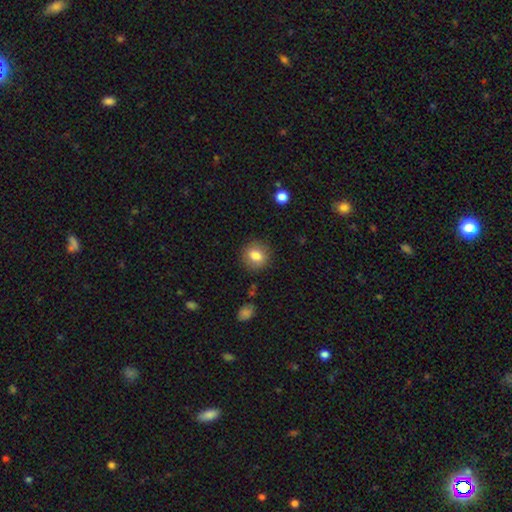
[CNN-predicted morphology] Smooth or featured? Predicted: smooth (p=0.81). How rounded? Predicted: round (p=0.75). Merging? Predicted: none (p=0.86).